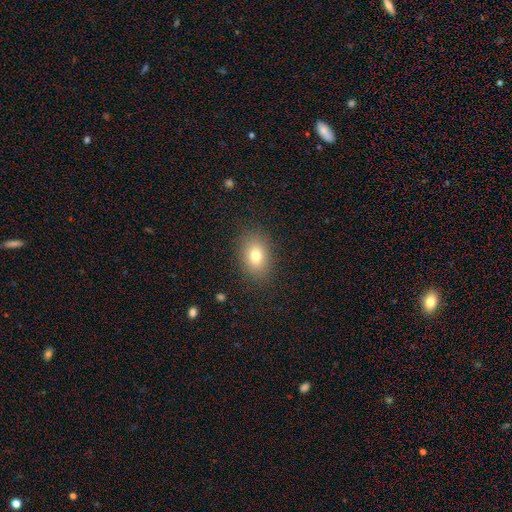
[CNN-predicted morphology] Smooth or featured: smooth — 78% (featured or disk — 11%)
How rounded: in between — 77% (round — 21%)
Merging: none — 86% (minor disturbance — 9%)